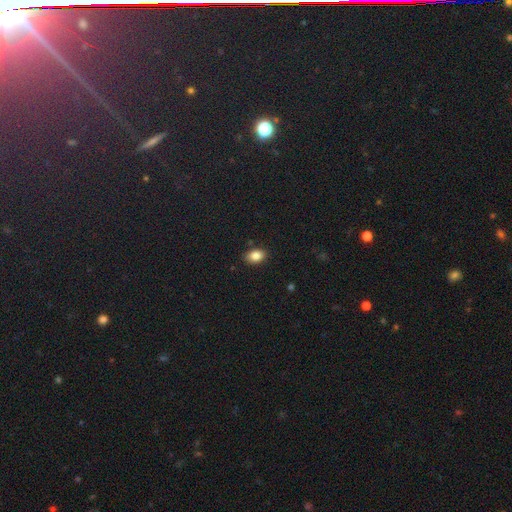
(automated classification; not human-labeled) The model was most divided on "how rounded": in between: 82%, round: 17%, cigar-shaped: 1%. More confident: merging — none (87%); smooth or featured — smooth (85%).